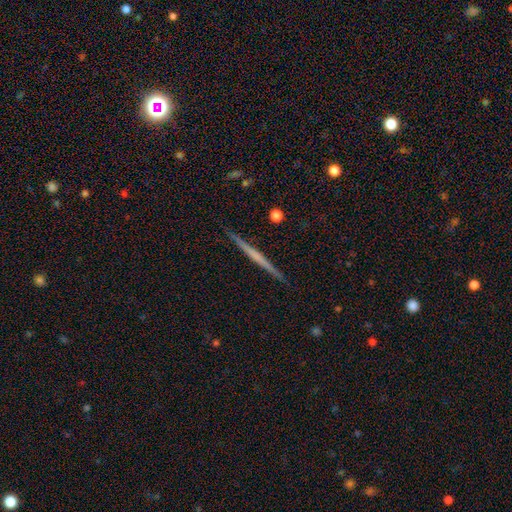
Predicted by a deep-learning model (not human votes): Smooth or featured? featured or disk (64%)
Edge-on disk? yes (98%)
Edge-on bulge? none (78%)
Merging? none (92%)